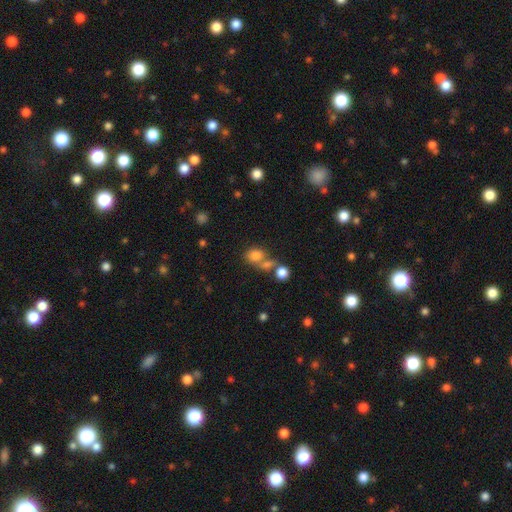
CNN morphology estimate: Smooth or featured: smooth — 77% (star or artifact — 13%)
How rounded: in between — 54% (round — 44%)
Merging: none — 40% (tied with merger — 40%)